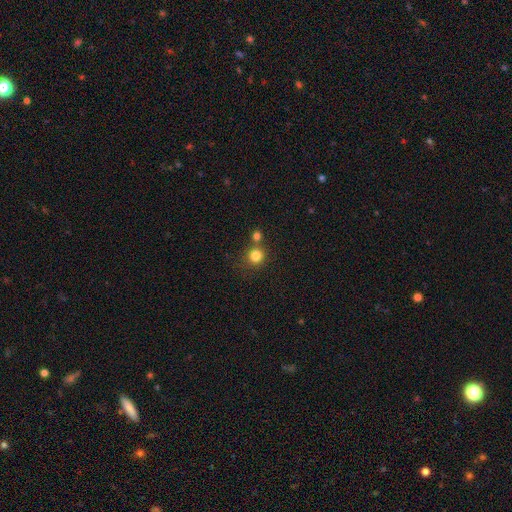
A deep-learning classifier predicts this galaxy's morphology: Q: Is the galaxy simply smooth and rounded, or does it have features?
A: smooth — 82%.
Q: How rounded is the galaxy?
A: round — 90%.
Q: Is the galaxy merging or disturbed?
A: none — 65%.